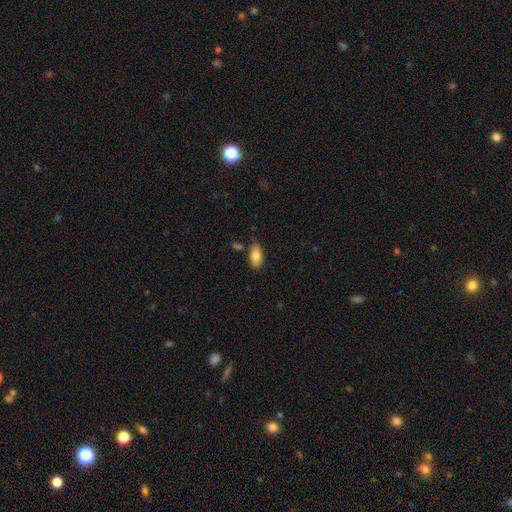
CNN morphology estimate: Smooth or featured? smooth (82%)
How rounded? in between (91%)
Merging? none (78%)